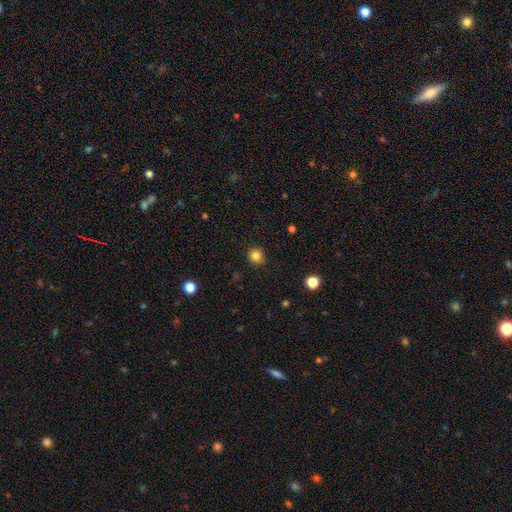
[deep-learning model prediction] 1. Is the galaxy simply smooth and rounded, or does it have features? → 84% smooth, 12% star or artifact, 5% featured or disk.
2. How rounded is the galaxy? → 90% round, 9% in between, 1% cigar-shaped.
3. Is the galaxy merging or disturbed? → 90% none, 7% minor disturbance, 2% major disturbance, 1% merger.